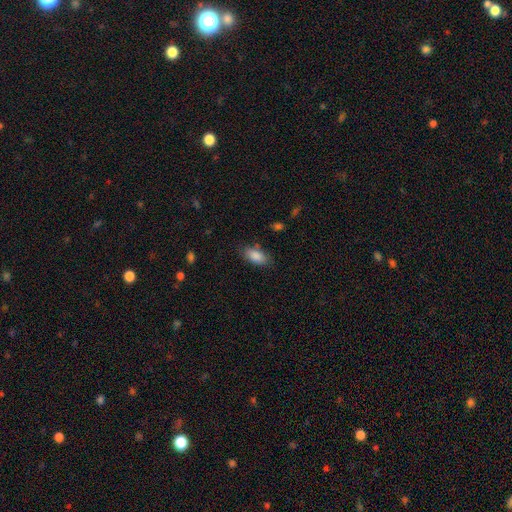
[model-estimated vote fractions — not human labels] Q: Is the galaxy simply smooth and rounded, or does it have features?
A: smooth — 87%.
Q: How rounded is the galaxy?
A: in between — 90%.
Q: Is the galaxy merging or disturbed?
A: none — 81%.